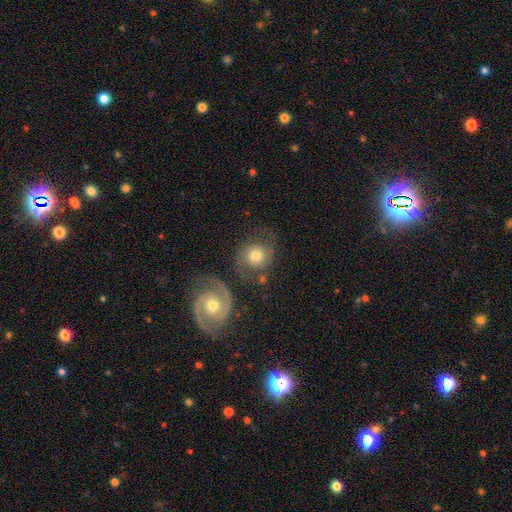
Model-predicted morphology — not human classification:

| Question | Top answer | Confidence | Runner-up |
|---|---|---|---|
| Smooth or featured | featured or disk | 57% | smooth (34%) |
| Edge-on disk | no | 97% | yes (3%) |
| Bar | no | 71% | weak (23%) |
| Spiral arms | yes | 90% | no (10%) |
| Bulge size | moderate | 67% | small (17%) |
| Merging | none | 58% | minor disturbance (16%) |